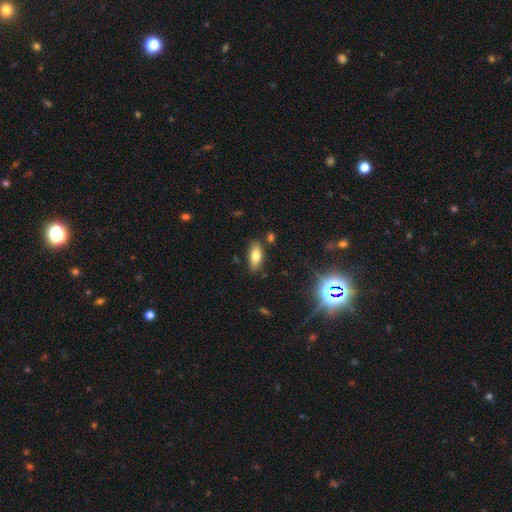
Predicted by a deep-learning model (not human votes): Smooth or featured? Predicted: smooth (p=0.75). How rounded? Predicted: in between (p=0.82). Merging? Predicted: none (p=0.80).